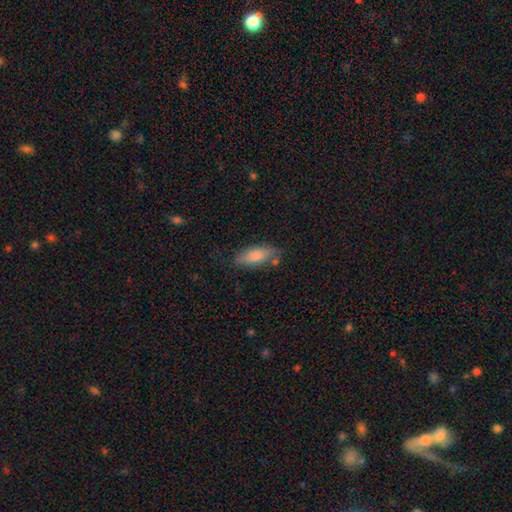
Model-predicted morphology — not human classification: This is clearly a smooth galaxy (83%). How rounded: likely in between (77%). Merging: likely none (70%).